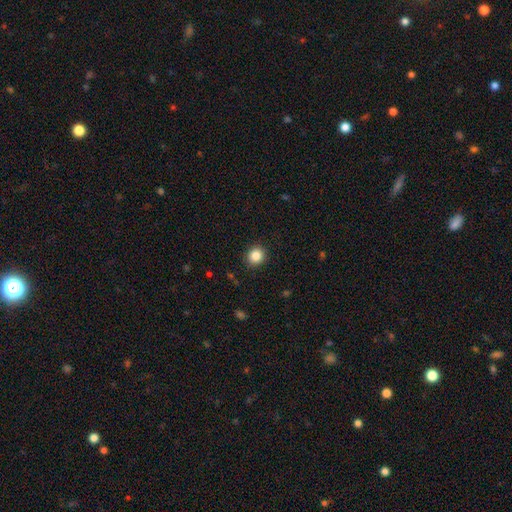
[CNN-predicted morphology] type=smooth (85%); roundness=round (88%); merging=none (91%).